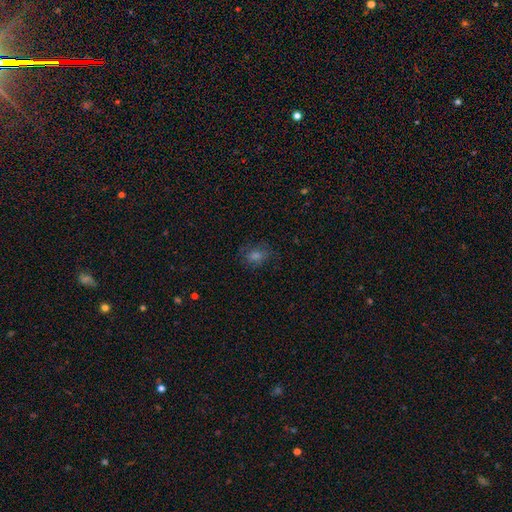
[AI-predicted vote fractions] Smooth or featured: smooth — 50% (star or artifact — 27%)
How rounded: in between — 50% (round — 48%)
Merging: none — 74% (minor disturbance — 16%)